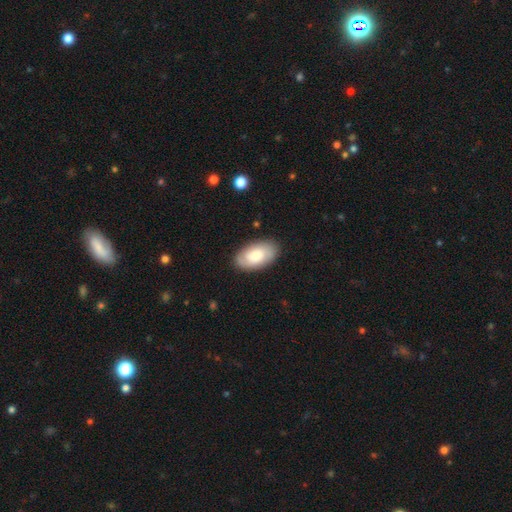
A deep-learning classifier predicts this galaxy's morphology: Smooth or featured? smooth (66%)
How rounded? in between (95%)
Merging? none (84%)